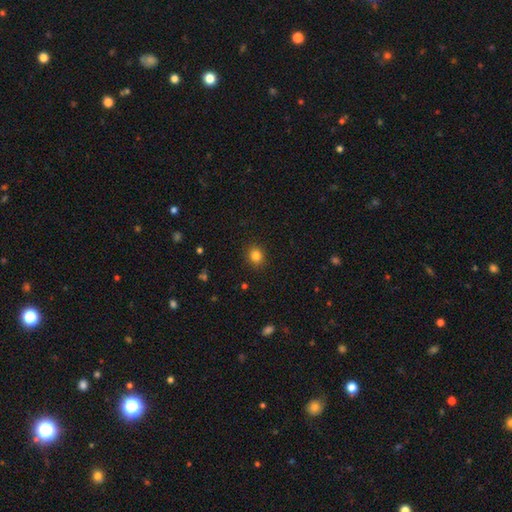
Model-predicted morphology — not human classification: Smooth or featured?
  - smooth: 83% *
  - star or artifact: 12%
  - featured or disk: 5%
How rounded?
  - round: 70% *
  - in between: 29%
  - cigar-shaped: 1%
Merging?
  - none: 91% *
  - minor disturbance: 6%
  - major disturbance: 2%
  - merger: 1%